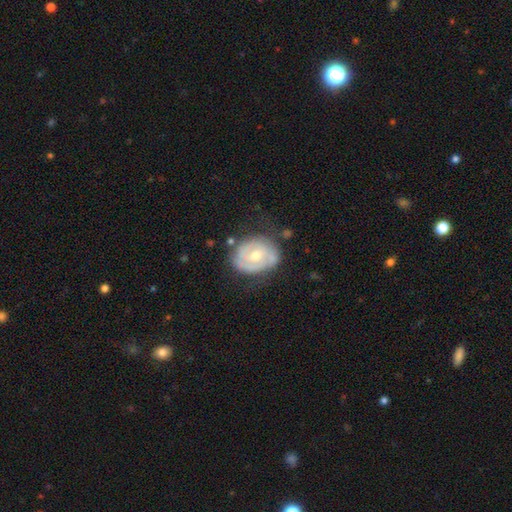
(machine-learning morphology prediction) Smooth or featured: featured or disk — 71% (smooth — 23%)
Edge-on disk: no — 97% (yes — 3%)
Bar: no — 58% (weak — 35%)
Spiral arms: yes — 79% (no — 21%)
Spiral winding: tight — 61% (medium — 29%)
Spiral arm count: 2 — 49% (can't tell — 31%)
Bulge size: moderate — 65% (small — 30%)
Merging: none — 64% (minor disturbance — 24%)